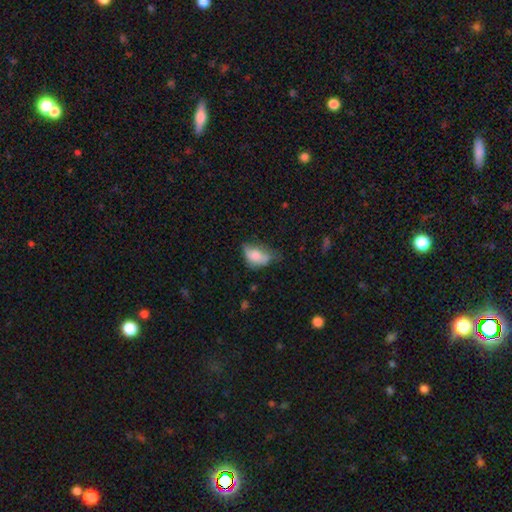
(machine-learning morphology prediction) Overall: smooth (73%). How rounded: in between (86%). Merging: minor disturbance (40%; none 29%).